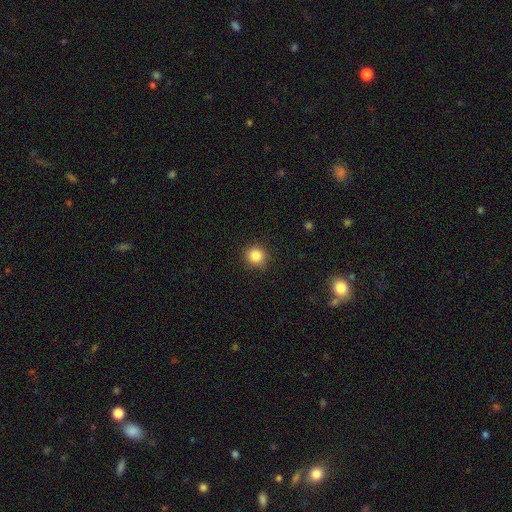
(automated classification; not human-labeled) The model was most divided on "smooth or featured": smooth: 86%, star or artifact: 10%, featured or disk: 4%. More confident: how rounded — round (91%); merging — none (90%).